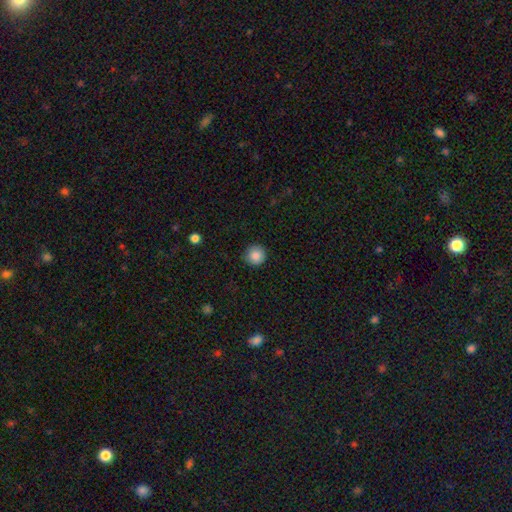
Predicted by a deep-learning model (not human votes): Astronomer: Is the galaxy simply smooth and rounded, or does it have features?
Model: smooth — 86%.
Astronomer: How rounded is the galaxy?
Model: round — 95%.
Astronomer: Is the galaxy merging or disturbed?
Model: none — 86%.